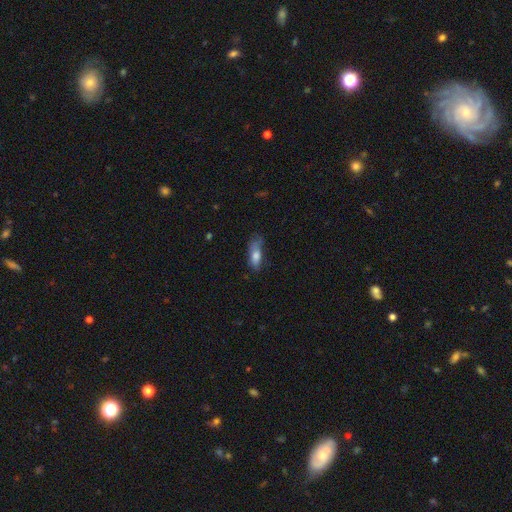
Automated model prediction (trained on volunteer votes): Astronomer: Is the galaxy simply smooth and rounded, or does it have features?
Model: smooth — 73%.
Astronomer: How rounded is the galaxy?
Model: in between — 69%.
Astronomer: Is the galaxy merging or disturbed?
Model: none — 43% (runner-up: minor disturbance, 34%).